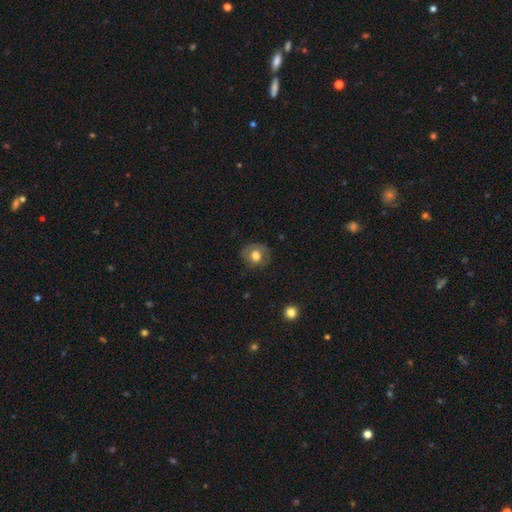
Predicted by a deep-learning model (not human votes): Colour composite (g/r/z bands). It shows a smooth galaxy with no disk features (71%) that is round (75%). Merging: none (76%).